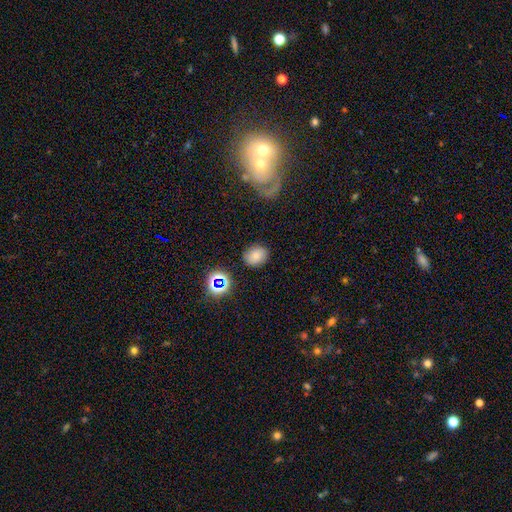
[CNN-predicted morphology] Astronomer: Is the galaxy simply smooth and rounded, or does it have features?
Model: smooth — 76%.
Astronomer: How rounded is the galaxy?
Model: round — 50% (runner-up: in between, 49%).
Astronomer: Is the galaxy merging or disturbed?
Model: none — 83%.